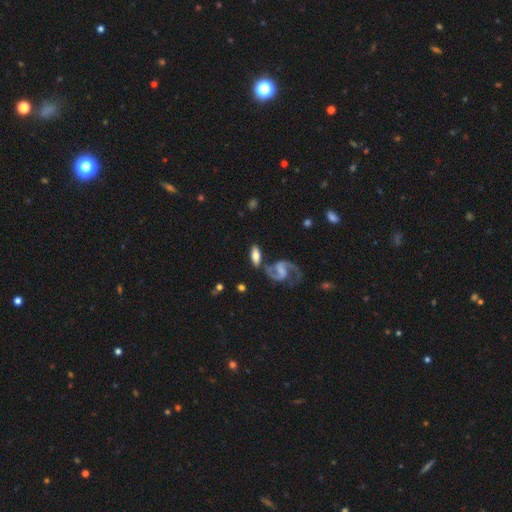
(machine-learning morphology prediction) Smooth or featured? smooth (49%)
Merging? none (63%)